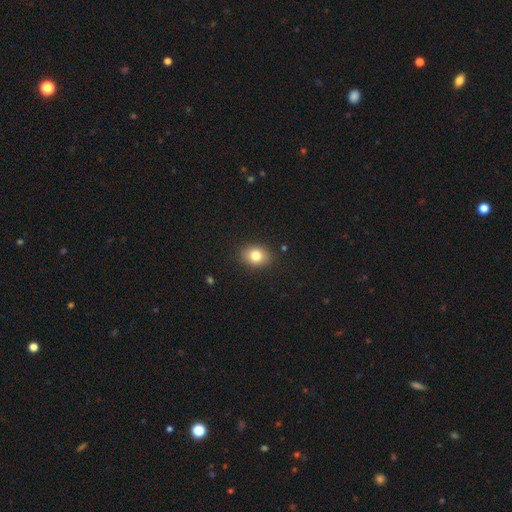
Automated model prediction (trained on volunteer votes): The model was most divided on "how rounded": in between: 58%, round: 41%, cigar-shaped: 1%. More confident: merging — none (88%); smooth or featured — smooth (81%).